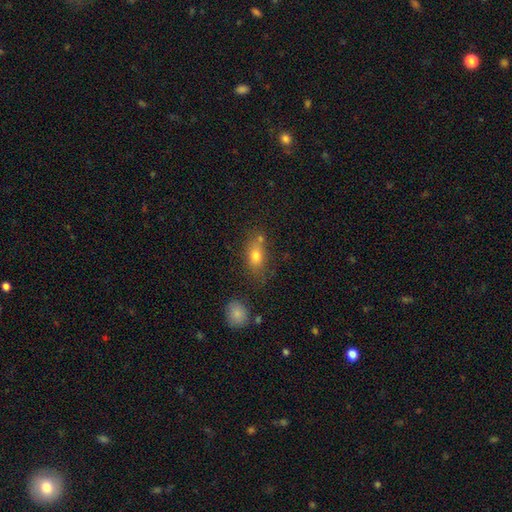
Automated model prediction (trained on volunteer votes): Overall: smooth (75%). How rounded: in between (74%). Merging: none (58%; minor disturbance 20%).